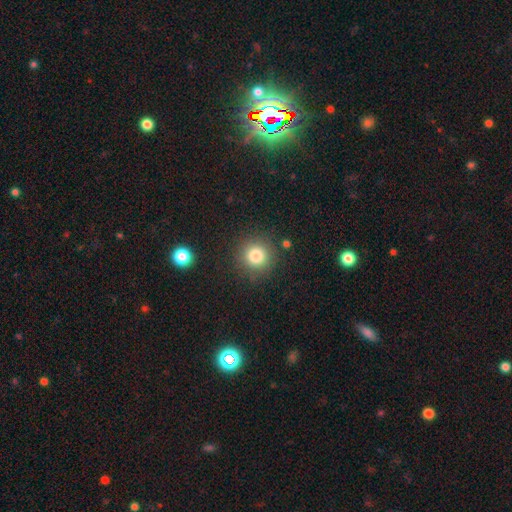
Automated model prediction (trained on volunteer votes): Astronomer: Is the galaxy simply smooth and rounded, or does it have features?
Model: smooth — 82%.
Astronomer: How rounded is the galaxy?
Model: round — 93%.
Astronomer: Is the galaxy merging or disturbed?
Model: none — 87%.